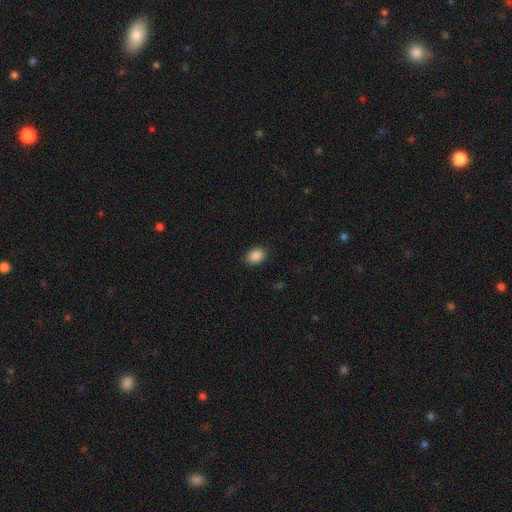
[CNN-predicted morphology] Smooth or featured: smooth — 89% (star or artifact — 8%)
How rounded: in between — 76% (round — 23%)
Merging: none — 89% (minor disturbance — 8%)